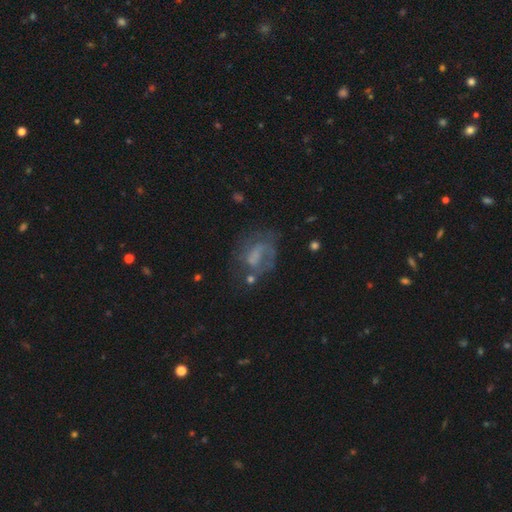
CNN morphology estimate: Overall: featured or disk (54%; smooth 32%). Edge-on disk: no (96%). Bar: no (52%; weak 36%). Spiral arms: yes (61%; no 39%). Bulge size: none (48%; small 23%). Merging: none (43%; major disturbance 28%).